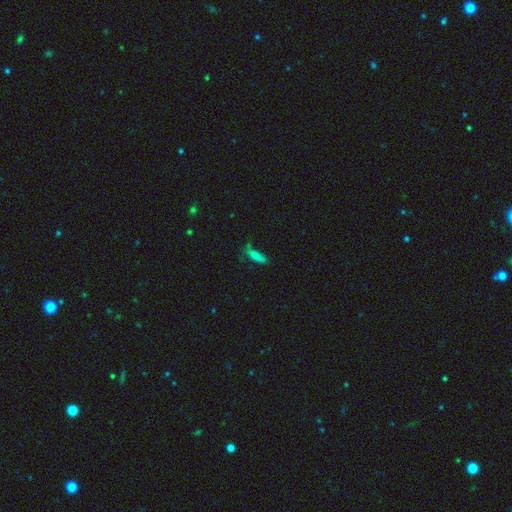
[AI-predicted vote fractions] Smooth or featured: smooth — 76% (star or artifact — 12%)
How rounded: cigar-shaped — 58% (in between — 39%)
Merging: none — 51% (minor disturbance — 30%)